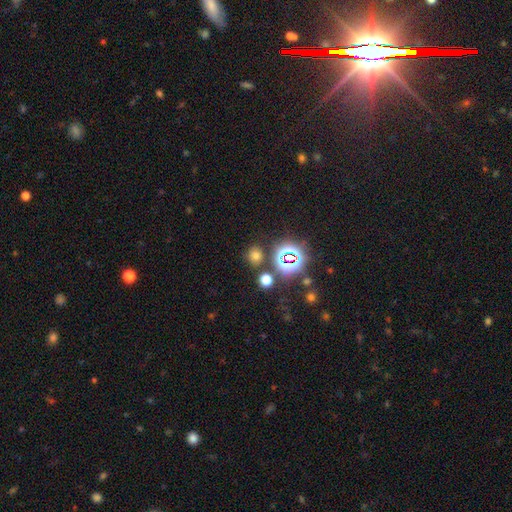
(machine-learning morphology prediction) Smooth or featured: smooth — 63% (star or artifact — 31%)
How rounded: round — 78% (in between — 21%)
Merging: none — 81% (minor disturbance — 9%)